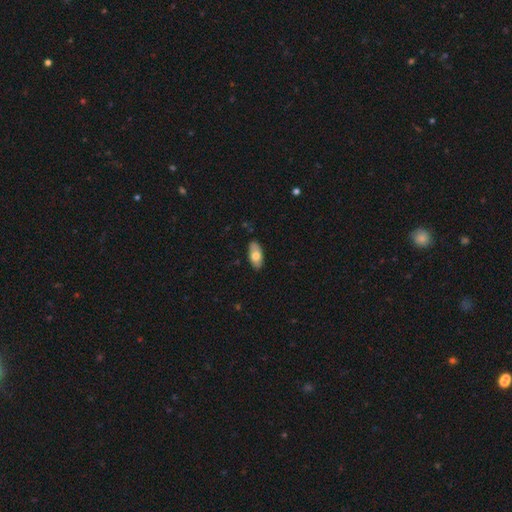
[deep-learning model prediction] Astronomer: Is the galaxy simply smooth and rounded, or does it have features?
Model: smooth — 69%.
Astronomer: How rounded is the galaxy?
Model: in between — 92%.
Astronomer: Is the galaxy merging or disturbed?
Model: none — 85%.